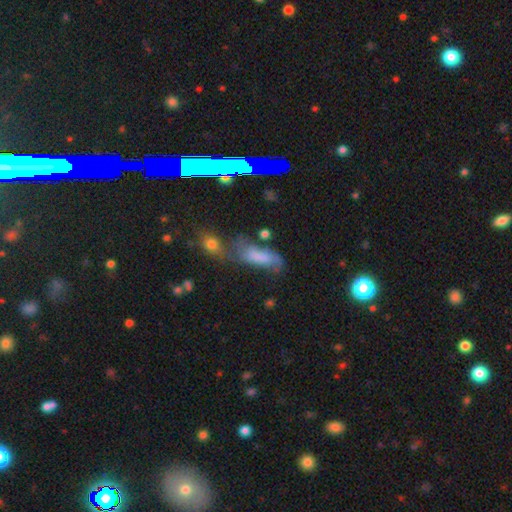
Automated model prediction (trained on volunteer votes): smooth_or_featured: smooth (p=0.49) [alt: featured or disk p=0.34]
merging: none (p=0.43) [alt: minor disturbance p=0.26]